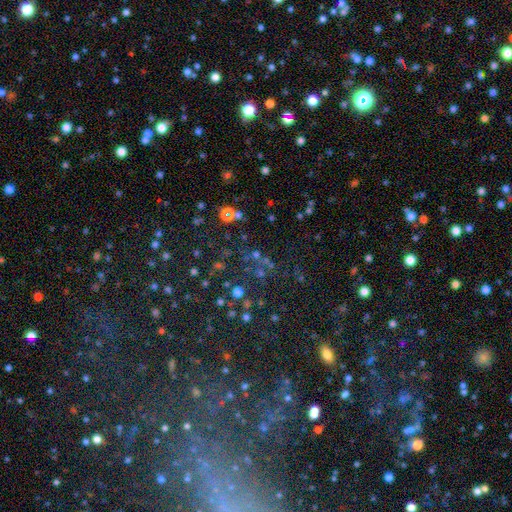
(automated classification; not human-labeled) A star or artifact, not a galaxy (61%).

Vote fractions:
- Smooth or featured? star or artifact: 61% / smooth: 29% / featured or disk: 10%